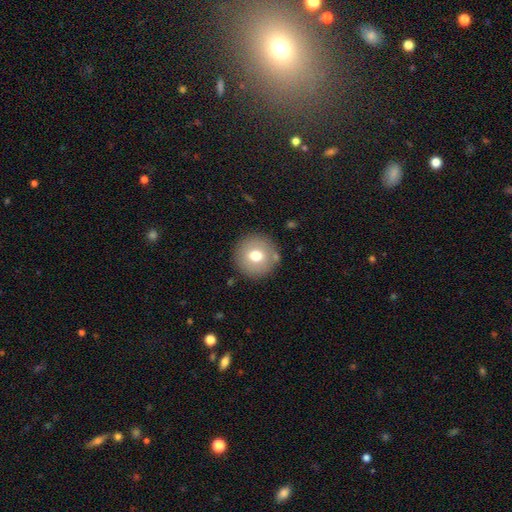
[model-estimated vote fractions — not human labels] Smooth or featured? Predicted: smooth (p=0.70). How rounded? Predicted: round (p=0.95). Merging? Predicted: none (p=0.86).